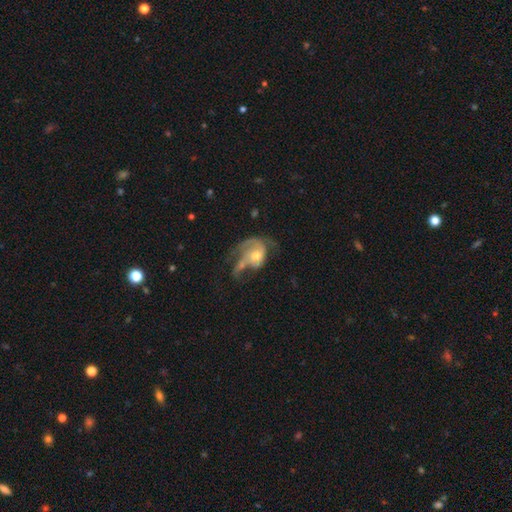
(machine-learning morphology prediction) smooth_or_featured: featured or disk (p=0.68) [alt: smooth p=0.25]
disk_edge_on: no (p=0.97) [alt: yes p=0.03]
bar: no (p=0.74) [alt: weak p=0.22]
has_spiral_arms: yes (p=0.76) [alt: no p=0.24]
spiral_winding: loose (p=0.40) [alt: medium p=0.39]
spiral_arm_count: 2 (p=0.41) [alt: 1 p=0.29]
bulge_size: moderate (p=0.65) [alt: small p=0.24]
merging: major disturbance (p=0.40) [alt: none p=0.23]